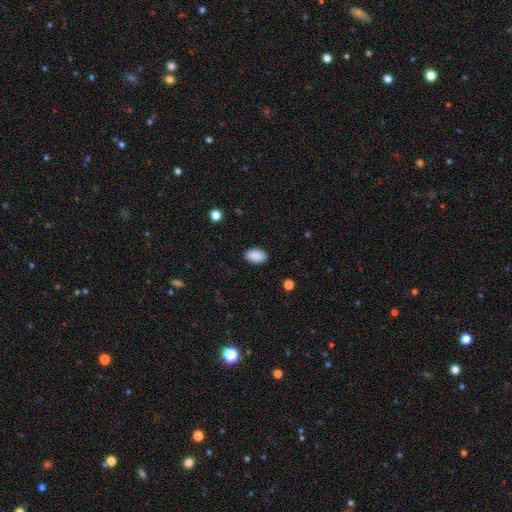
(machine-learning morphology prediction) Smooth or featured? Predicted: smooth (p=0.90). How rounded? Predicted: in between (p=0.92). Merging? Predicted: none (p=0.89).